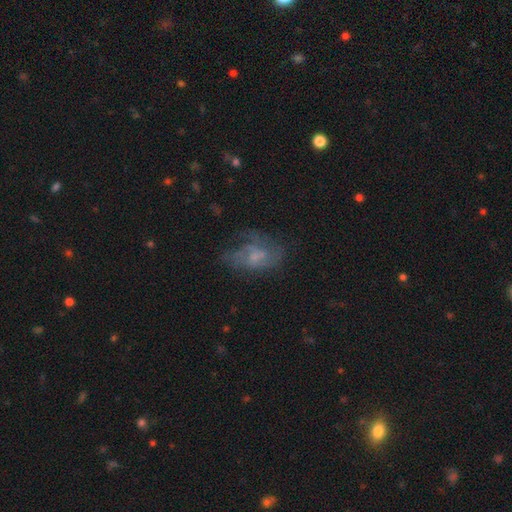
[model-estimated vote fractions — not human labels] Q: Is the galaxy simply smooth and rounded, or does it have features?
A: featured or disk — 54%.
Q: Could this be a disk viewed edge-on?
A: no — 96%.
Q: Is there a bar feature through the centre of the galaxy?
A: no — 66%.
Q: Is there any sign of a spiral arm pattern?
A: yes — 65%.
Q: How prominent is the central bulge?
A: small — 43%.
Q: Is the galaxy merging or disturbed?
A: none — 46%.